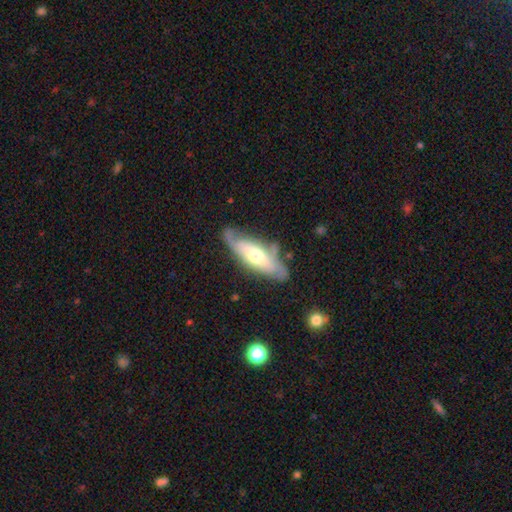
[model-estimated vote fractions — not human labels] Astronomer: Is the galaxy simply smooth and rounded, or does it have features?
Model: featured or disk — 57% (runner-up: smooth, 38%).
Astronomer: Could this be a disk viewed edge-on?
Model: no — 63%.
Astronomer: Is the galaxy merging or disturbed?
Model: none — 59%.